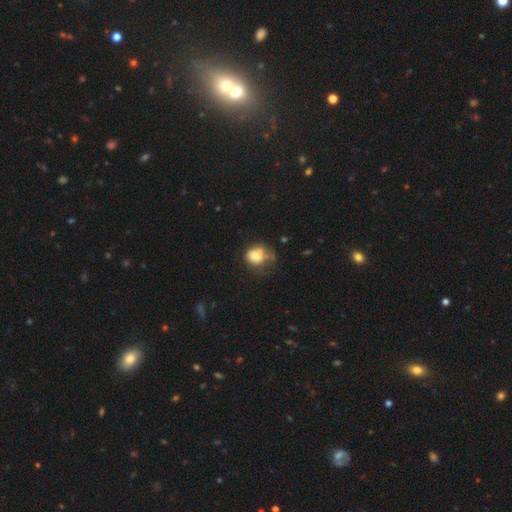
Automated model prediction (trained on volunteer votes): This is likely a smooth galaxy (68%). How rounded: possibly round (60%). Merging: marginally none (35%).